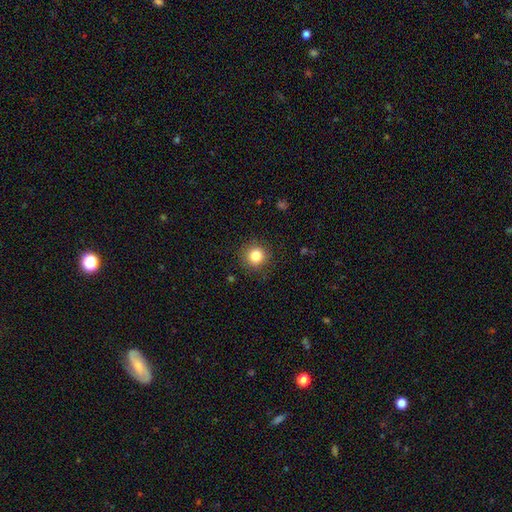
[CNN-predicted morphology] smooth 83%, star or artifact 11%, featured or disk 6%. Down the decision tree: how rounded — round (93%); merging — none (89%).